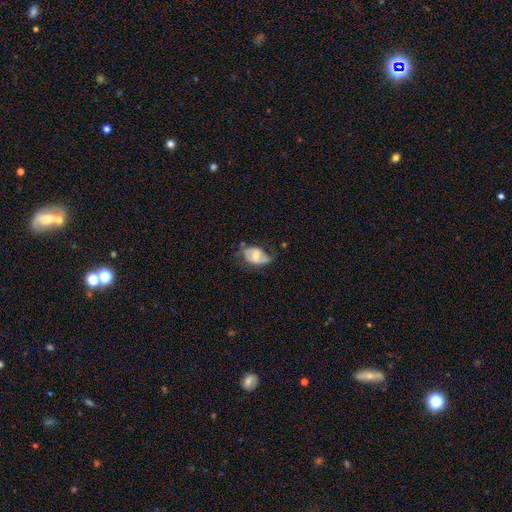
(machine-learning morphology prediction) type=featured or disk (53%); edge-on=no (93%); merging=none (49%).